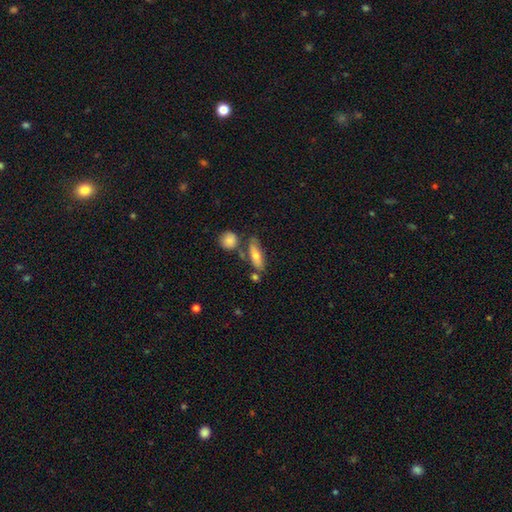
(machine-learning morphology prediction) A smooth galaxy with no disk features (67%) that is in between round and cigar-shaped (55%).

Vote fractions:
- Smooth or featured? smooth: 67% / featured or disk: 26% / star or artifact: 7%
- How rounded? in between: 55% / cigar-shaped: 41% / round: 4%
- Merging? none: 62% / minor disturbance: 18% / merger: 15% / major disturbance: 5%